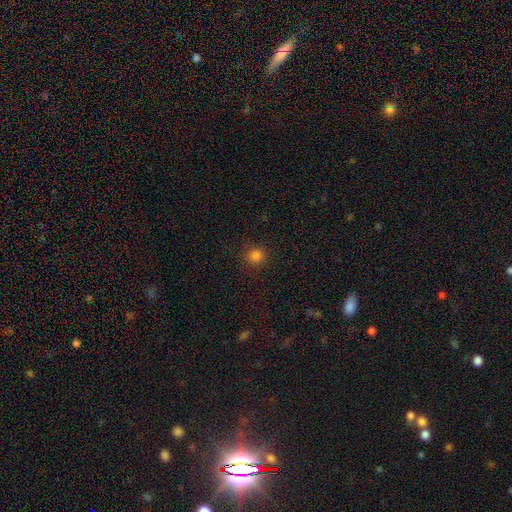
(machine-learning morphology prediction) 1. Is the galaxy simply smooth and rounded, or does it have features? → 82% smooth, 14% star or artifact, 4% featured or disk.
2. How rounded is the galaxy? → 92% round, 7% in between, 1% cigar-shaped.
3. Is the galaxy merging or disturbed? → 88% none, 8% minor disturbance, 3% major disturbance, 1% merger.